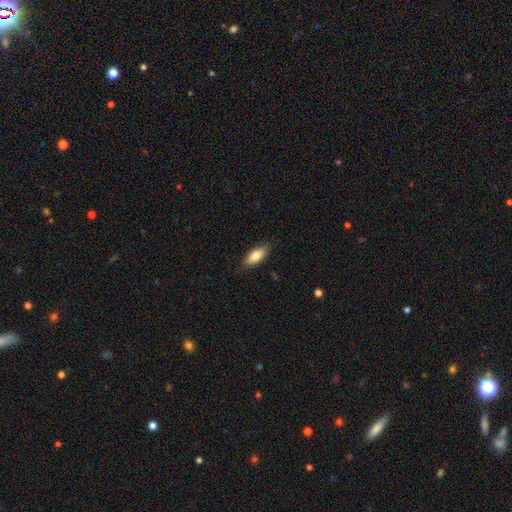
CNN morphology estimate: A smooth galaxy with no disk features (80%) that is in between round and cigar-shaped (82%). Merging: none (83%).